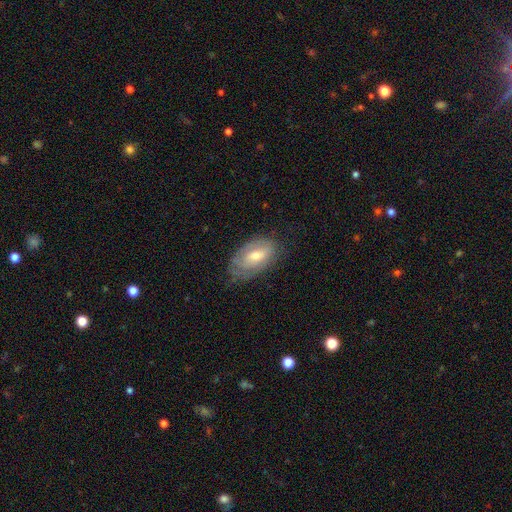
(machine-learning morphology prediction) Smooth or featured: featured or disk — 51% (smooth — 41%)
Edge-on disk: no — 89% (yes — 11%)
Merging: none — 61% (minor disturbance — 28%)